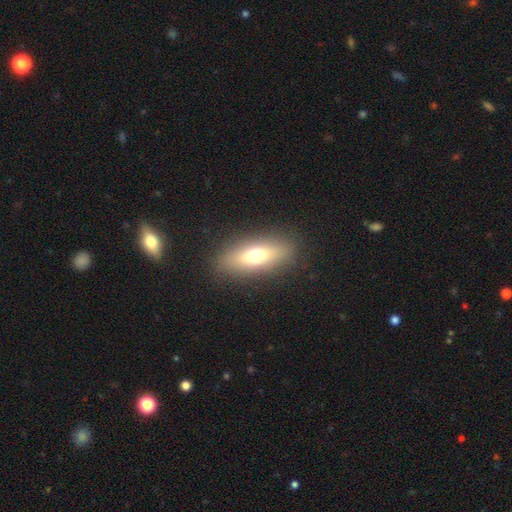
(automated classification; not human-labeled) The model was most divided on "how rounded": in between: 65%, cigar-shaped: 31%, round: 4%. More confident: merging — none (88%); smooth or featured — smooth (66%).